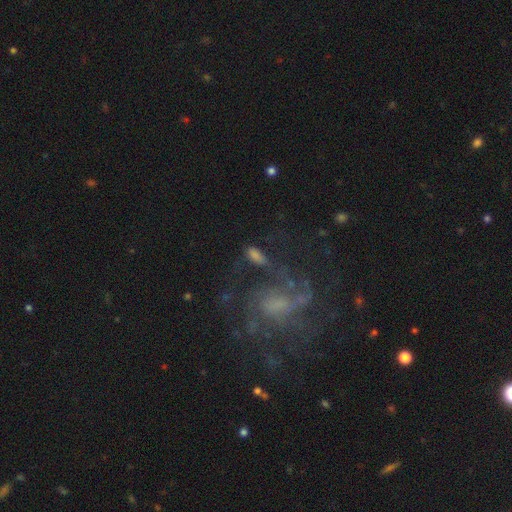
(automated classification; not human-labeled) Smooth or featured? Predicted: featured or disk (p=0.42). Merging? Predicted: none (p=0.56).